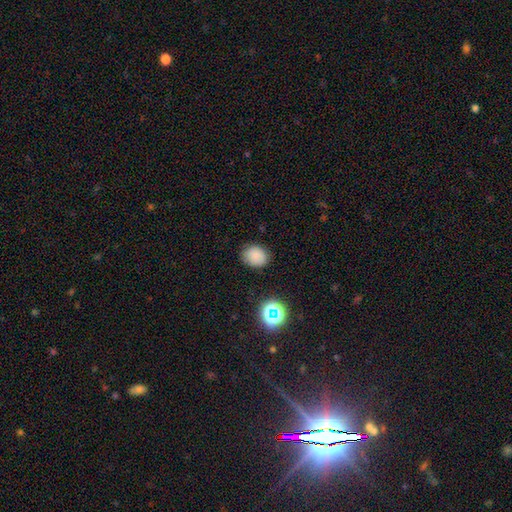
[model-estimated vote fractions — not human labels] smooth 82%, star or artifact 14%, featured or disk 4%. Down the decision tree: how rounded — round (56%); merging — none (84%).